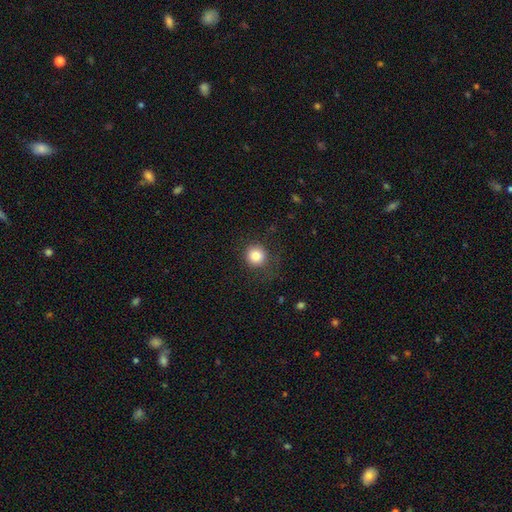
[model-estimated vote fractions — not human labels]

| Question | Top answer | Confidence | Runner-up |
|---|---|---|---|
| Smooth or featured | smooth | 85% | star or artifact (10%) |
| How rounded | round | 91% | in between (8%) |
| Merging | none | 81% | minor disturbance (12%) |